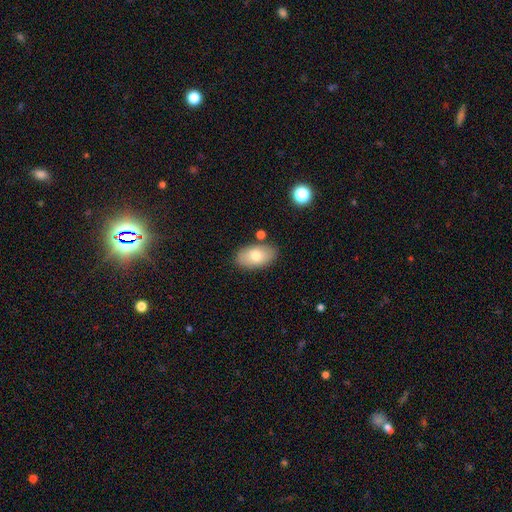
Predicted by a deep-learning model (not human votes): Smooth or featured: smooth — 74% (featured or disk — 19%)
How rounded: in between — 93% (round — 5%)
Merging: none — 81% (minor disturbance — 12%)